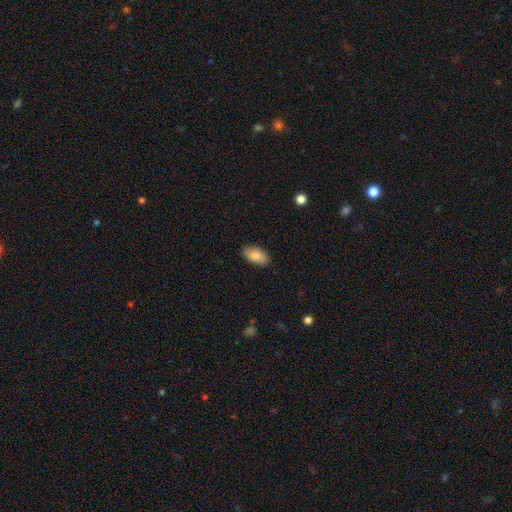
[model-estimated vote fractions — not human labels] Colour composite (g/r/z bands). It shows a smooth galaxy with no disk features (85%) that is in between round and cigar-shaped (94%). Merging: none (87%).